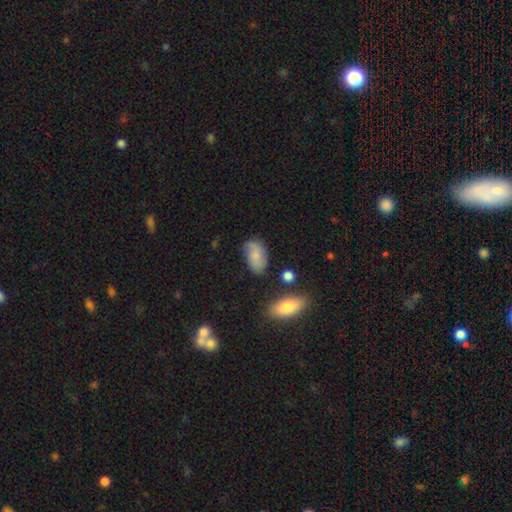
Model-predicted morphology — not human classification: Q: Smooth or featured?
A: smooth (58%); runner-up: featured or disk (34%)
Q: How rounded?
A: in between (90%); runner-up: round (8%)
Q: Merging?
A: none (65%); runner-up: minor disturbance (24%)